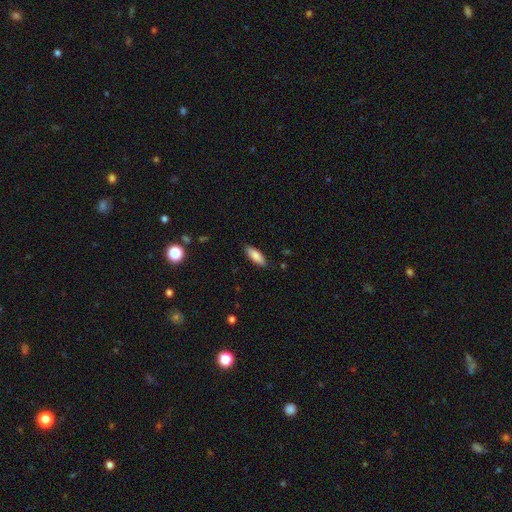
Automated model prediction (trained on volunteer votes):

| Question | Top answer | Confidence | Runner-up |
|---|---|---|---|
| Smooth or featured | smooth | 84% | featured or disk (10%) |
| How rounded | in between | 64% | cigar-shaped (35%) |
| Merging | none | 87% | minor disturbance (10%) |